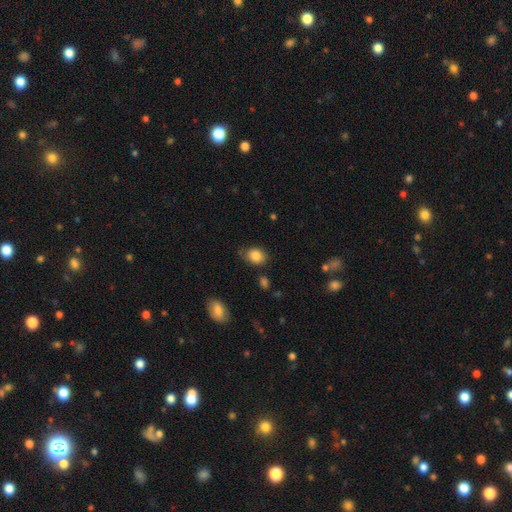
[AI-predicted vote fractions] Smooth or featured? smooth (85%)
How rounded? in between (68%)
Merging? none (69%)